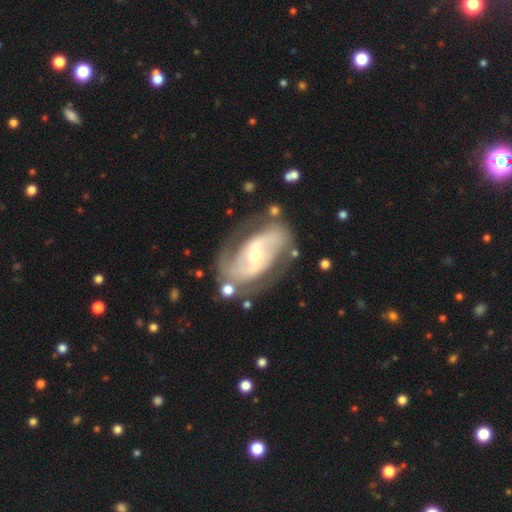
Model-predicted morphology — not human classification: A featured or disk galaxy (86%) with a weak bar (40%), 2 (81%) medium (46%) spiral arms (94%) and a small central bulge (49%).

Vote fractions:
- Smooth or featured? featured or disk: 86% / smooth: 9% / star or artifact: 5%
- Edge-on disk? no: 96% / yes: 4%
- Bar? weak: 40% / no: 37% / strong: 23%
- Spiral arms? yes: 94% / no: 6%
- Spiral winding? medium: 46% / tight: 35% / loose: 20%
- Spiral arm count? 2: 81% / can't tell: 10% / 3: 4% / 1: 3% / 4: 1% / more than 4: 1%
- Bulge size? small: 49% / moderate: 46% / large: 3% / none: 1% / dominant: 1%
- Merging? none: 68% / minor disturbance: 18% / major disturbance: 10% / merger: 4%